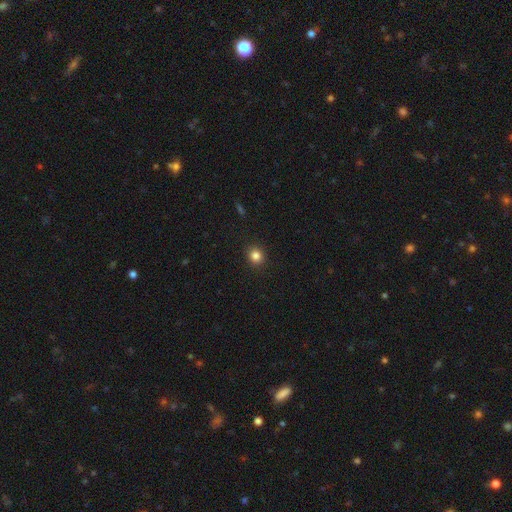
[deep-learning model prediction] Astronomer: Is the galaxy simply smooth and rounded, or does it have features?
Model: smooth — 83%.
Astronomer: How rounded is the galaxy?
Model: round — 84%.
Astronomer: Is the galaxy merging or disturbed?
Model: none — 92%.